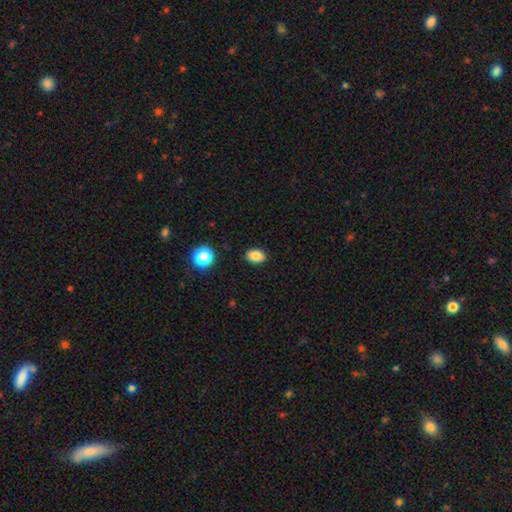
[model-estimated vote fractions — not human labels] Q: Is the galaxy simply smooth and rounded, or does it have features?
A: smooth — 84%.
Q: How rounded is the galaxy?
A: in between — 80%.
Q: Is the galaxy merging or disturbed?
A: none — 89%.